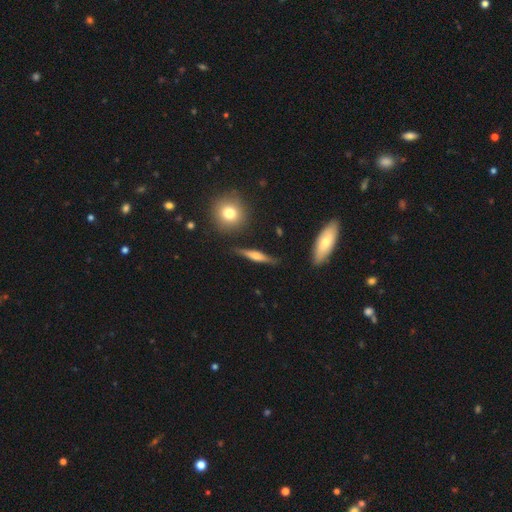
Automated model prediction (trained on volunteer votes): Overall: featured or disk (61%; smooth 32%). Edge-on disk: yes (95%). Edge-on bulge: rounded (81%). Merging: none (85%).